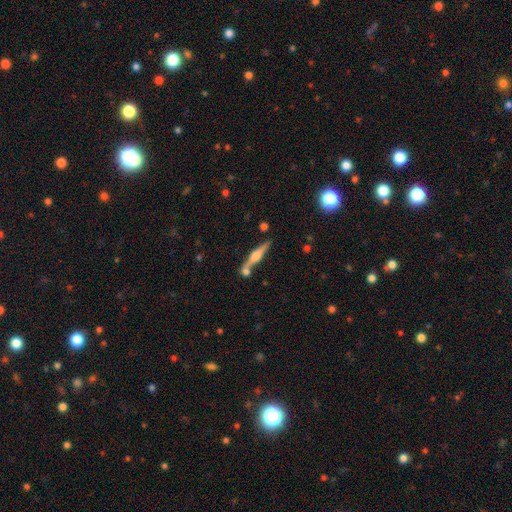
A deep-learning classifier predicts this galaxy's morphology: Smooth or featured? featured or disk (71%)
Edge-on disk? yes (97%)
Edge-on bulge? rounded (88%)
Merging? none (71%)